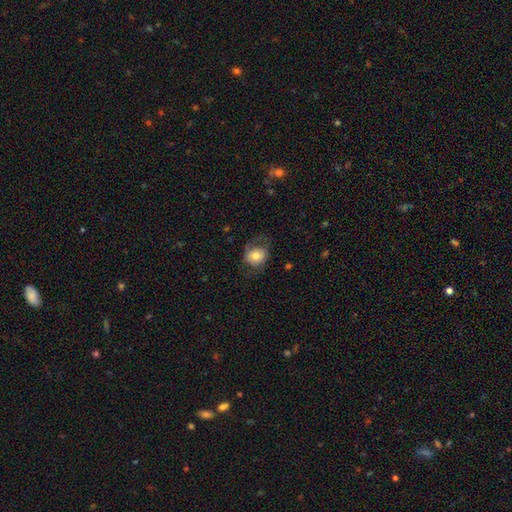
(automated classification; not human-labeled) Q: Smooth or featured?
A: smooth (65%); runner-up: featured or disk (27%)
Q: How rounded?
A: round (59%); runner-up: in between (40%)
Q: Merging?
A: none (61%); runner-up: minor disturbance (21%)